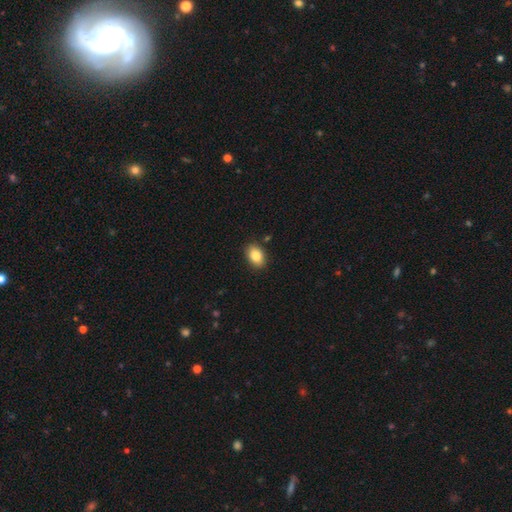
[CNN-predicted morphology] Overall: smooth (85%). How rounded: in between (83%). Merging: none (88%).